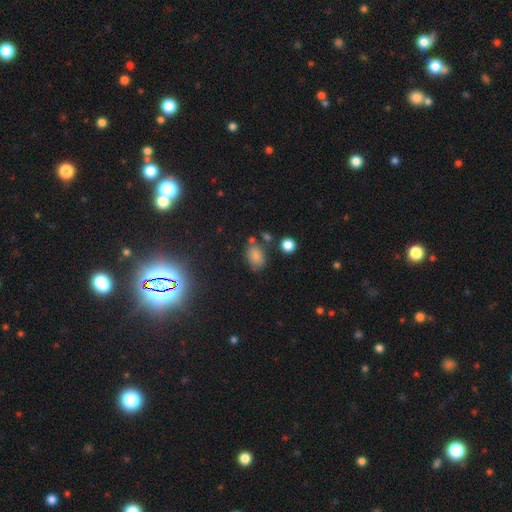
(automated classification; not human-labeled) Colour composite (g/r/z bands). It shows a smooth galaxy with no disk features (79%) that is in between round and cigar-shaped (75%). Merging: none (67%).